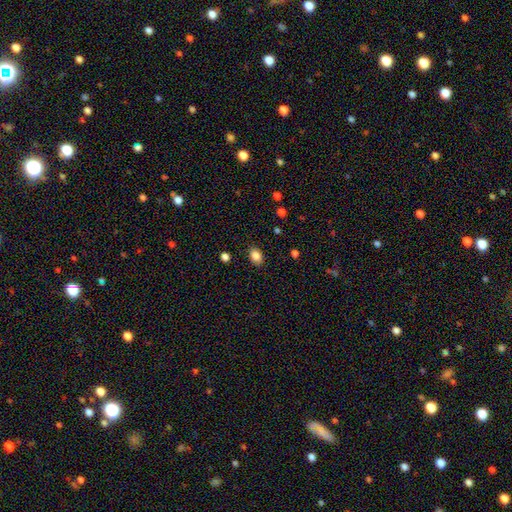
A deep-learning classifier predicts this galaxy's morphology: Smooth or featured? smooth (86%)
How rounded? in between (74%)
Merging? none (86%)